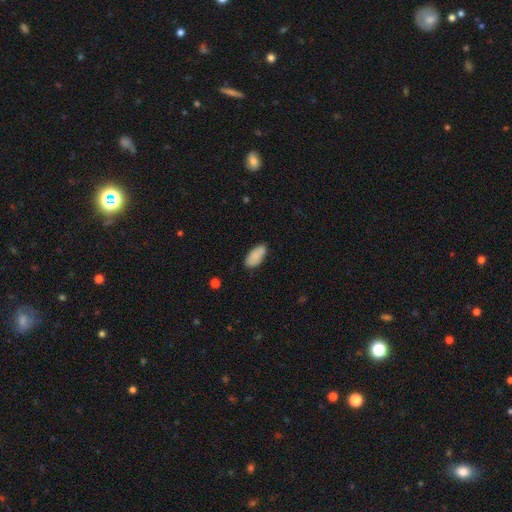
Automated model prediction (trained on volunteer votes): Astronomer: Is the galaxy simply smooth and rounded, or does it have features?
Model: smooth — 88%.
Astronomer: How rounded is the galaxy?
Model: in between — 91%.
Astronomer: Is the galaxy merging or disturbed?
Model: none — 79%.